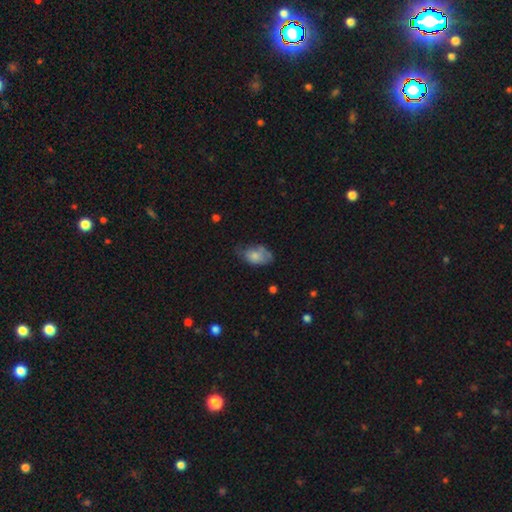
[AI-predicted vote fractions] smooth_or_featured: smooth (p=0.72) [alt: featured or disk p=0.20]
how_rounded: in between (p=0.90) [alt: round p=0.08]
merging: none (p=0.42) [alt: minor disturbance p=0.39]